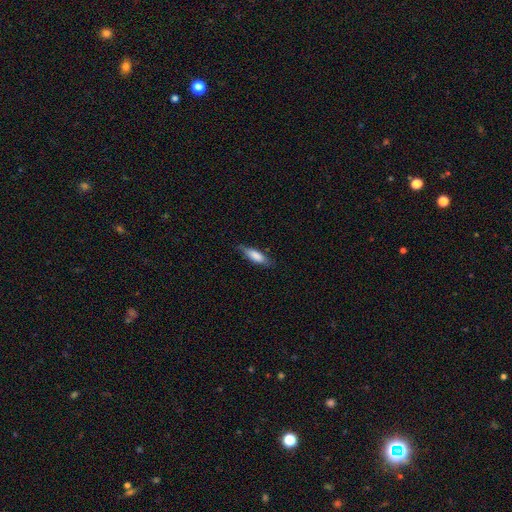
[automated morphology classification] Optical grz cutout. It shows a smooth galaxy with no disk features (77%) that is cigar-shaped (51%). Merging: none (75%).